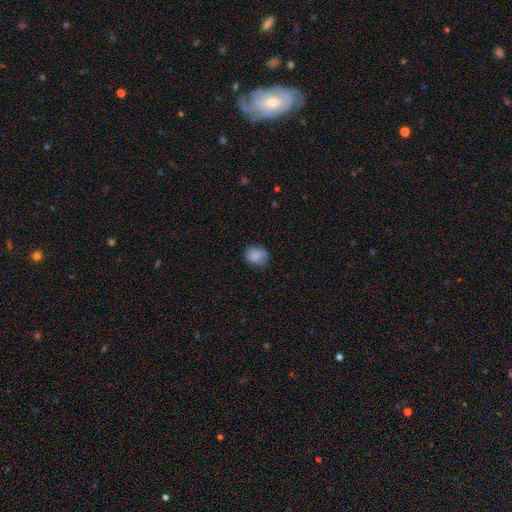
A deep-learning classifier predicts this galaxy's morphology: smooth_or_featured: smooth (p=0.83) [alt: star or artifact p=0.09]
how_rounded: round (p=0.57) [alt: in between p=0.42]
merging: none (p=0.69) [alt: minor disturbance p=0.23]